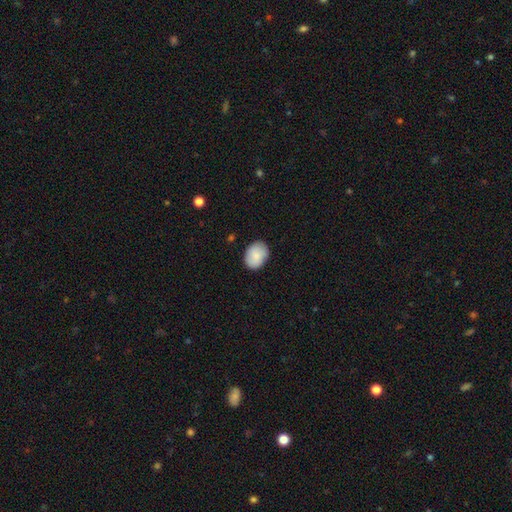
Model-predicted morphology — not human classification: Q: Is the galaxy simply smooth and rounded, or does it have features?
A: smooth — 87%.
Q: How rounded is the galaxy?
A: in between — 68%.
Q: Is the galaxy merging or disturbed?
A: none — 83%.